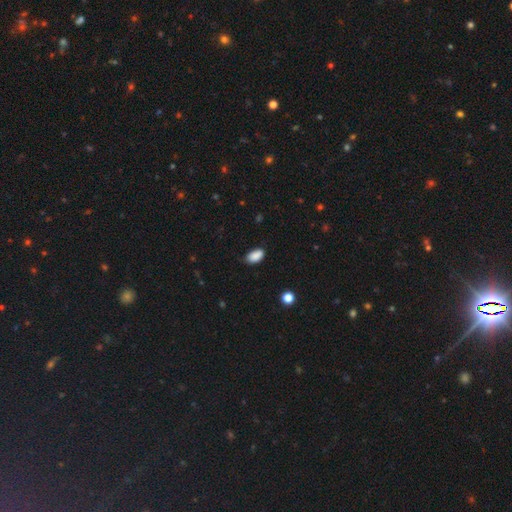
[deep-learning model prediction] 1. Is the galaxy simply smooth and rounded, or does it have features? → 88% smooth, 8% star or artifact, 4% featured or disk.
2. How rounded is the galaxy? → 92% in between, 5% round, 3% cigar-shaped.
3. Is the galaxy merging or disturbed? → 74% none, 22% minor disturbance, 3% major disturbance, 1% merger.